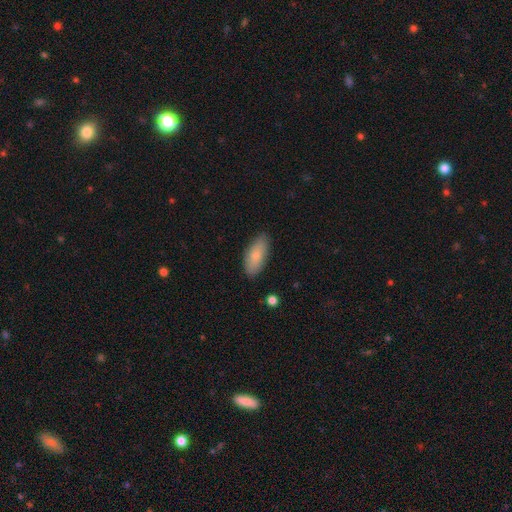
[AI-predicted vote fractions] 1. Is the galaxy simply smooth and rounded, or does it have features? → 81% smooth, 13% featured or disk, 6% star or artifact.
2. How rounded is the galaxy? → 86% in between, 12% cigar-shaped, 2% round.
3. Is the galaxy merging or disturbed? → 85% none, 11% minor disturbance, 2% major disturbance, 1% merger.